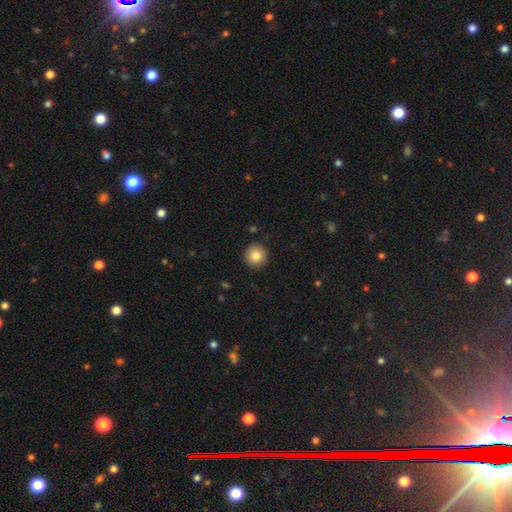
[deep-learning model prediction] Q: Smooth or featured?
A: smooth (83%); runner-up: star or artifact (9%)
Q: How rounded?
A: round (94%); runner-up: in between (6%)
Q: Merging?
A: none (91%); runner-up: minor disturbance (6%)